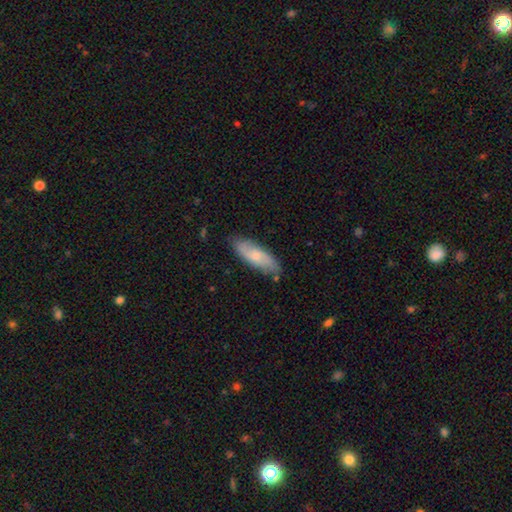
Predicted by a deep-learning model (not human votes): The model was most divided on "how rounded": in between: 60%, cigar-shaped: 38%, round: 2%. More confident: merging — none (80%); smooth or featured — smooth (62%).